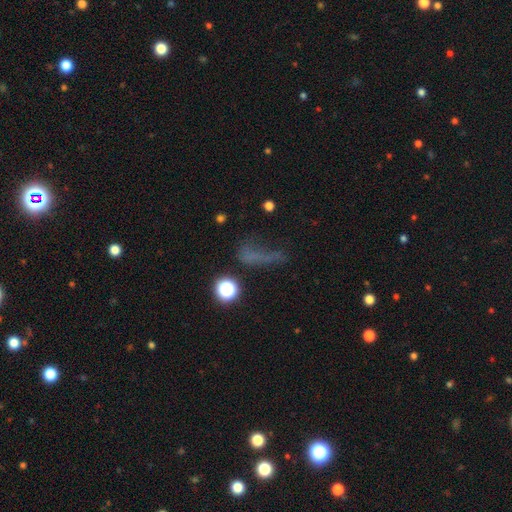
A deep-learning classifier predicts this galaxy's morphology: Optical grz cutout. It shows a smooth galaxy with no disk features (46%). Merging: none (42%).